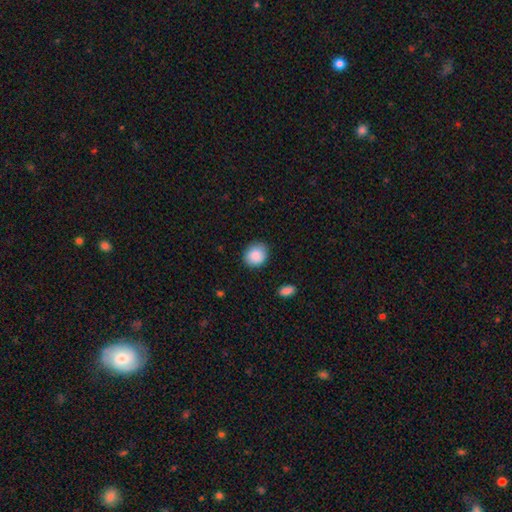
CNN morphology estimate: smooth-or-featured: smooth: 89% | star or artifact: 7% | featured or disk: 4%
  how-rounded: round: 61% | in between: 38% | cigar-shaped: 1%
  merging: none: 83% | minor disturbance: 13% | major disturbance: 3% | merger: 1%